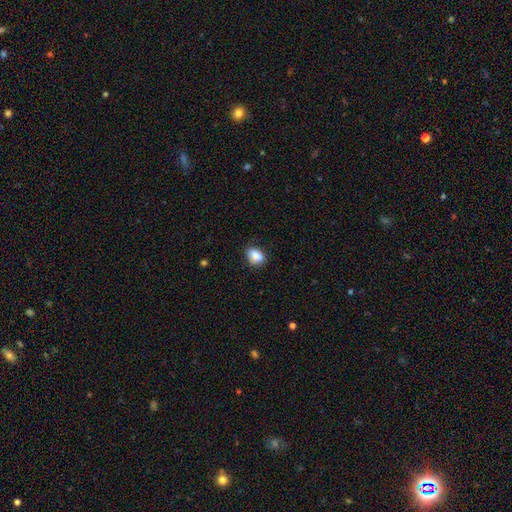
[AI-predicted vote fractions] Smooth or featured? Predicted: smooth (p=0.86). How rounded? Predicted: in between (p=0.72). Merging? Predicted: none (p=0.76).